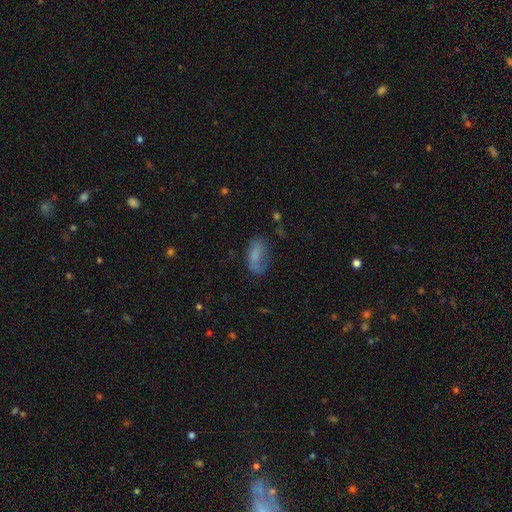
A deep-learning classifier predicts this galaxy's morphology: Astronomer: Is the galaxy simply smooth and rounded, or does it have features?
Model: smooth — 59%.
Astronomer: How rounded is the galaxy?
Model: in between — 88%.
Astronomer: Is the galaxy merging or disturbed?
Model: none — 50% (runner-up: minor disturbance, 27%).